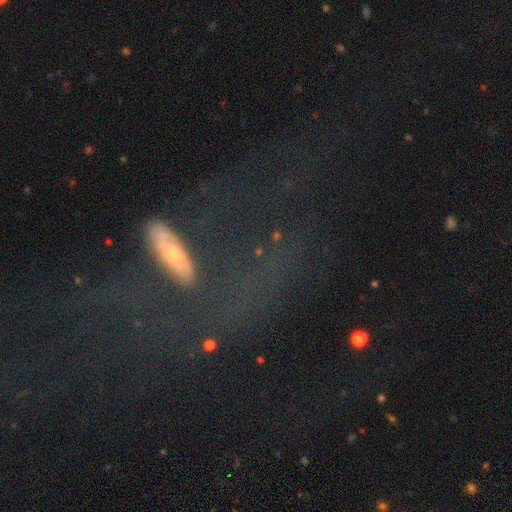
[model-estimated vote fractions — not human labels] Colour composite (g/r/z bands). It shows a featured or disk galaxy (42%). Merging: major disturbance (41%).